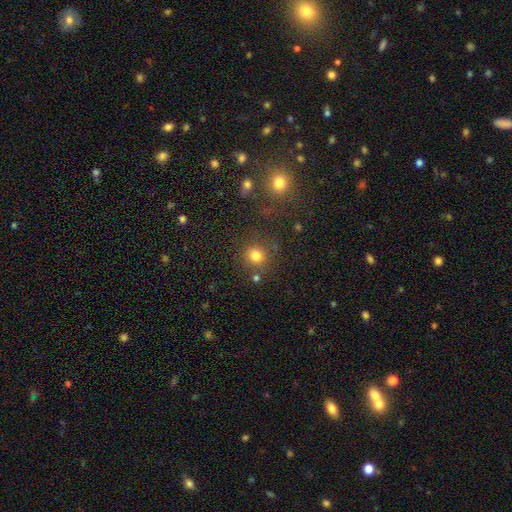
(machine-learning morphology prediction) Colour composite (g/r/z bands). It shows a smooth galaxy with no disk features (80%) that is round (89%). Merging: none (77%).